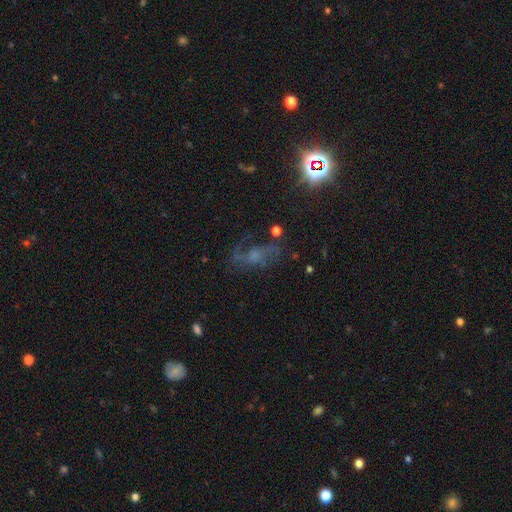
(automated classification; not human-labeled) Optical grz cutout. It shows a featured or disk galaxy (53%). Merging: none (54%).